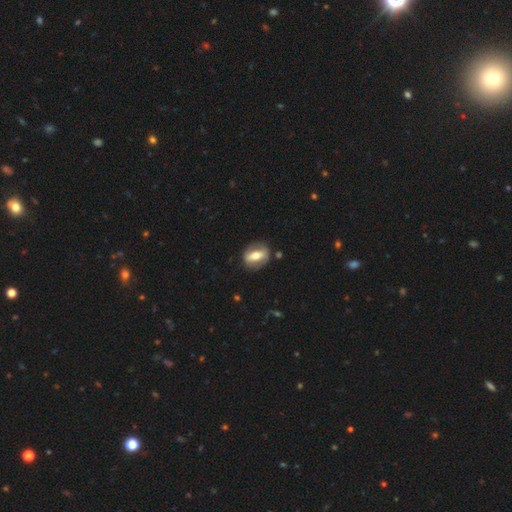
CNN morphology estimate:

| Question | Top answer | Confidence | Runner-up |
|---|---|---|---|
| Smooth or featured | featured or disk | 55% | smooth (39%) |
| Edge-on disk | no | 74% | yes (26%) |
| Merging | none | 80% | minor disturbance (13%) |